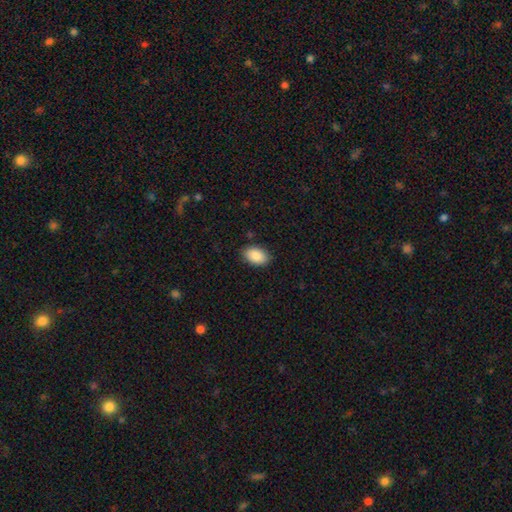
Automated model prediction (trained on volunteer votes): smooth_or_featured: smooth (p=0.87) [alt: star or artifact p=0.07]
how_rounded: in between (p=0.91) [alt: round p=0.08]
merging: none (p=0.86) [alt: minor disturbance p=0.11]